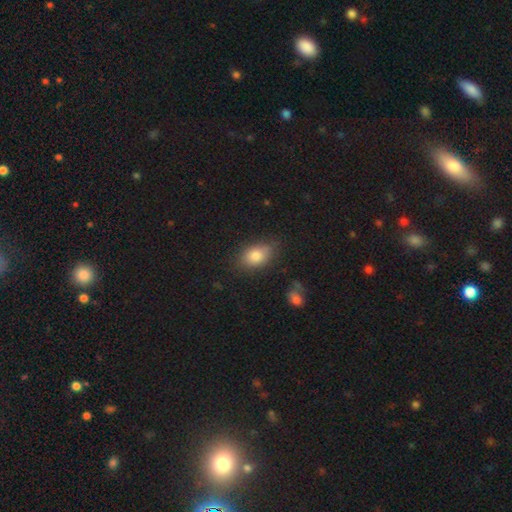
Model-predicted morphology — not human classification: A smooth galaxy with no disk features (83%) that is in between round and cigar-shaped (83%).

Vote fractions:
- Smooth or featured? smooth: 83% / featured or disk: 9% / star or artifact: 8%
- How rounded? in between: 83% / round: 15% / cigar-shaped: 2%
- Merging? none: 71% / minor disturbance: 21% / major disturbance: 5% / merger: 3%